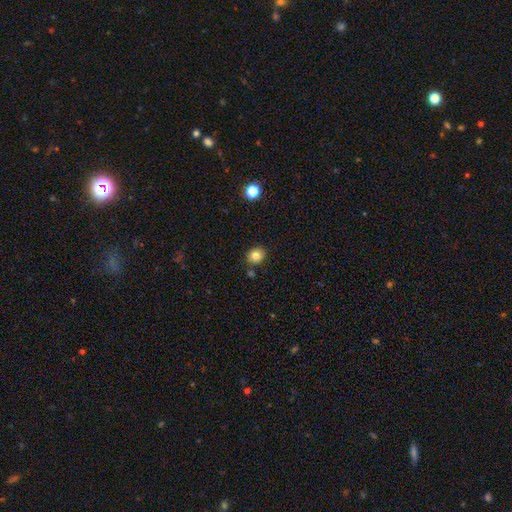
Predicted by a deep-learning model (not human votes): Morphology: type=smooth (82%); roundness=round (65%); merging=none (84%).